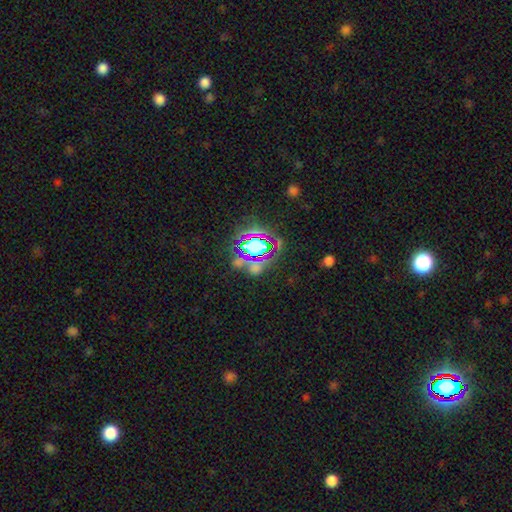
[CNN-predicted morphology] Smooth or featured? star or artifact (75%)